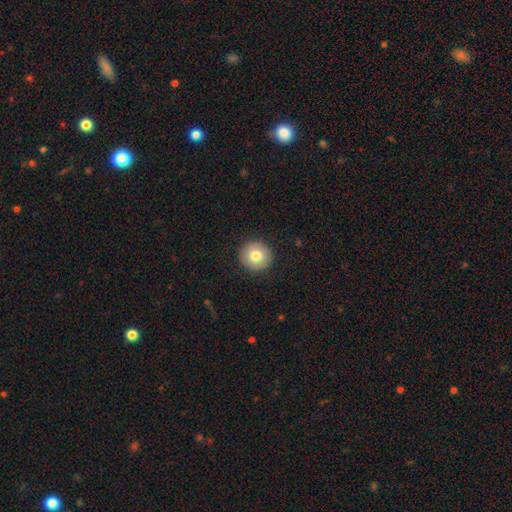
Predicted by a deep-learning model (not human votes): This appears to be a smooth galaxy with no disk features (80%) that is round (92%). Merging: none (92%).